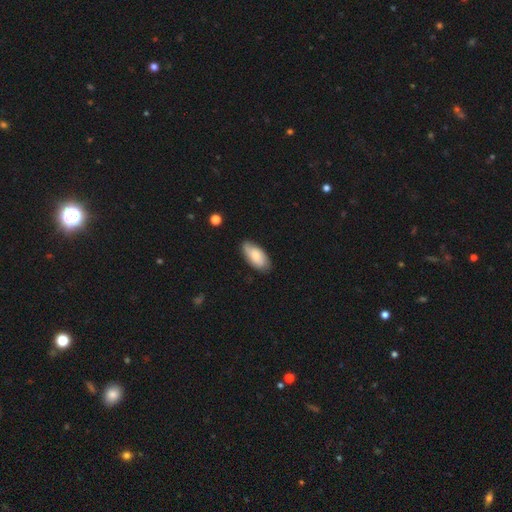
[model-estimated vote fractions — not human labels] smooth 63%, featured or disk 30%, star or artifact 6%. Down the decision tree: how rounded — in between (90%); merging — none (77%).